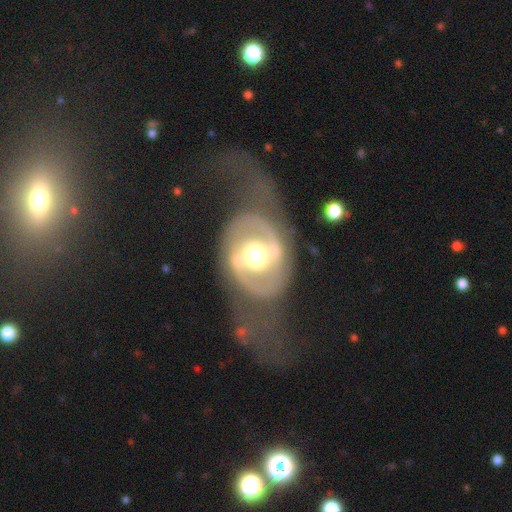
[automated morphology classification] A featured or disk galaxy (78%) with a strong bar (37%), 2 (82%) medium (41%) spiral arms (68%) and a moderate central bulge (62%).

Vote fractions:
- Smooth or featured? featured or disk: 78% / smooth: 17% / star or artifact: 5%
- Edge-on disk? no: 96% / yes: 4%
- Bar? strong: 37% / weak: 35% / no: 28%
- Spiral arms? yes: 68% / no: 32%
- Spiral winding? medium: 41% / loose: 30% / tight: 29%
- Spiral arm count? 2: 82% / can't tell: 10% / 1: 5% / 3: 2% / 4: 1% / more than 4: 1%
- Bulge size? moderate: 62% / large: 28% / small: 6% / dominant: 4% / none: 1%
- Merging? none: 49% / major disturbance: 26% / minor disturbance: 19% / merger: 5%